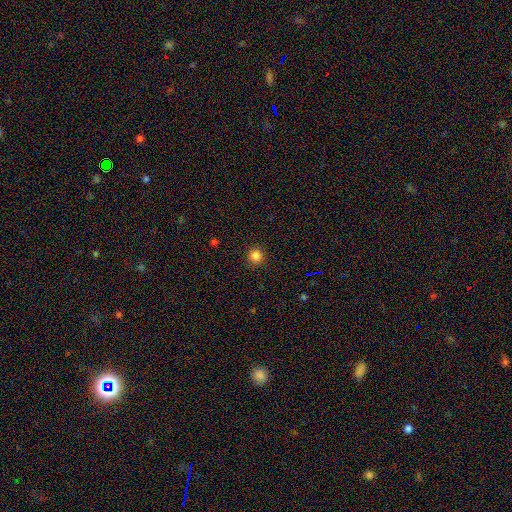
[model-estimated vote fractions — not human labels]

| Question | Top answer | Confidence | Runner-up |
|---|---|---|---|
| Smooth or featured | smooth | 84% | star or artifact (12%) |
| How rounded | round | 94% | in between (5%) |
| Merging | none | 92% | minor disturbance (5%) |